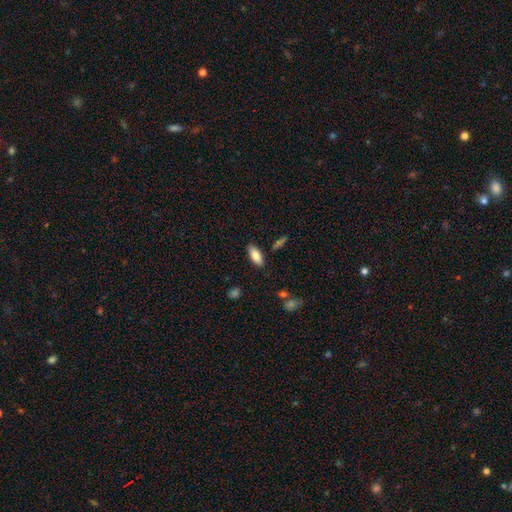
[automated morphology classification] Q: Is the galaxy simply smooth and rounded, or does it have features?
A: smooth — 82%.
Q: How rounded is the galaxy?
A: in between — 85%.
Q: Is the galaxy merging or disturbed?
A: none — 85%.